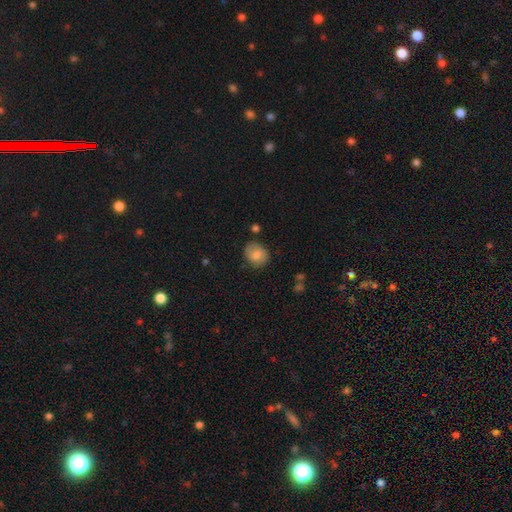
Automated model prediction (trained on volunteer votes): Q: Smooth or featured?
A: smooth (71%); runner-up: featured or disk (21%)
Q: How rounded?
A: round (66%); runner-up: in between (33%)
Q: Merging?
A: none (74%); runner-up: minor disturbance (19%)